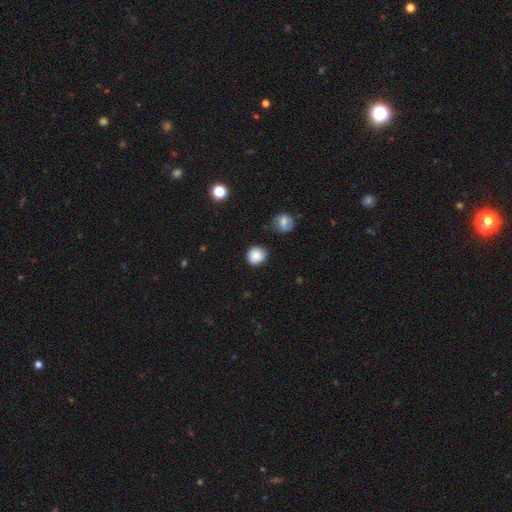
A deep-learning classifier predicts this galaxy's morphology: Overall: smooth (84%). How rounded: round (89%). Merging: none (79%).